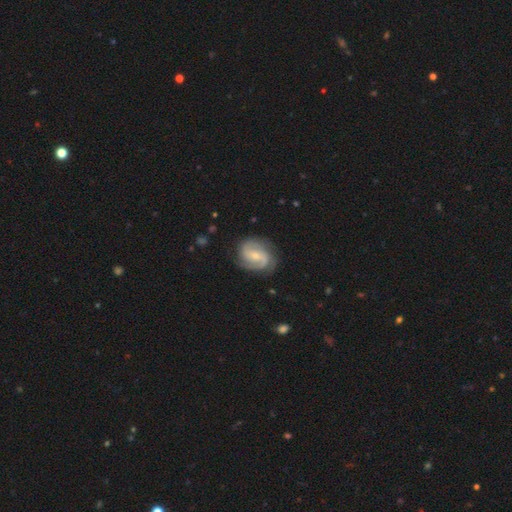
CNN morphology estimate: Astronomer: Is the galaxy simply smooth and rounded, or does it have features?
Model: featured or disk — 87%.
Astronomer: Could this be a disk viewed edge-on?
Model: no — 98%.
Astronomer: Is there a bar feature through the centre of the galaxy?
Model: weak — 46% (runner-up: no, 34%).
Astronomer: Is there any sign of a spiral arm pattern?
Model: yes — 97%.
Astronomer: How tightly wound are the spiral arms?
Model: medium — 48% (runner-up: tight, 38%).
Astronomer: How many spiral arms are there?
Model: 2 — 77%.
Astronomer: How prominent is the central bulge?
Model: small — 63%.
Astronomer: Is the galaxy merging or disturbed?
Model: none — 79%.